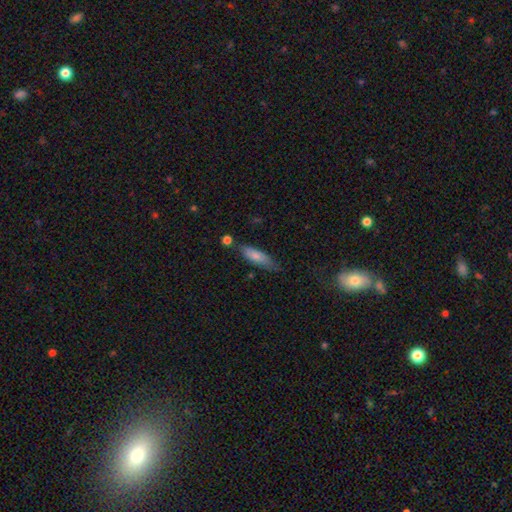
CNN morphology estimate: smooth-or-featured: smooth: 77% | featured or disk: 17% | star or artifact: 6%
  how-rounded: cigar-shaped: 51% | in between: 47% | round: 2%
  merging: none: 64% | minor disturbance: 25% | merger: 6% | major disturbance: 5%